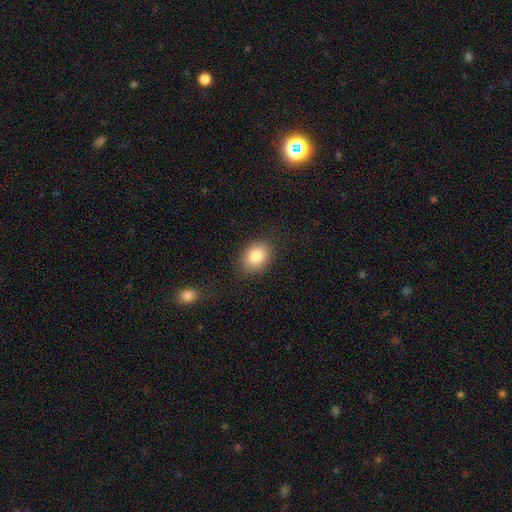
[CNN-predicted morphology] smooth-or-featured: smooth: 84% | featured or disk: 8% | star or artifact: 8%
  how-rounded: in between: 67% | round: 32% | cigar-shaped: 1%
  merging: none: 84% | minor disturbance: 11% | major disturbance: 4% | merger: 1%